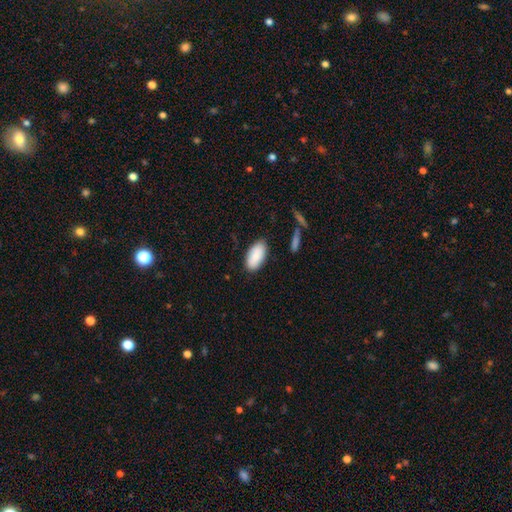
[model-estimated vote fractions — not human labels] smooth-or-featured: smooth: 87% | featured or disk: 7% | star or artifact: 6%
  how-rounded: in between: 95% | cigar-shaped: 3% | round: 2%
  merging: none: 83% | minor disturbance: 12% | major disturbance: 3% | merger: 2%